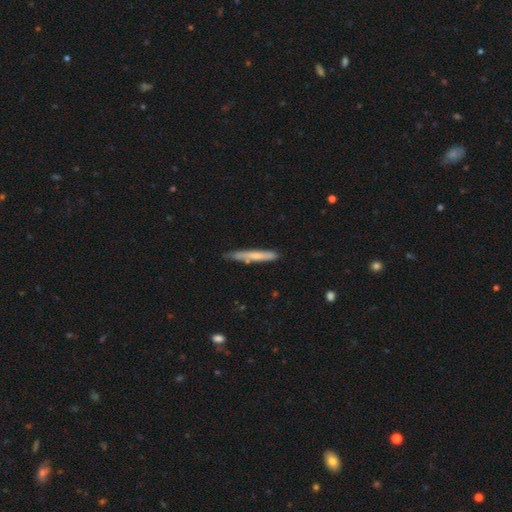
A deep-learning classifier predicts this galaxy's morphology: Smooth or featured?
  - smooth: 61% *
  - featured or disk: 33%
  - star or artifact: 6%
How rounded?
  - cigar-shaped: 94% *
  - in between: 4%
  - round: 1%
Merging?
  - none: 72% *
  - minor disturbance: 22%
  - major disturbance: 3%
  - merger: 3%